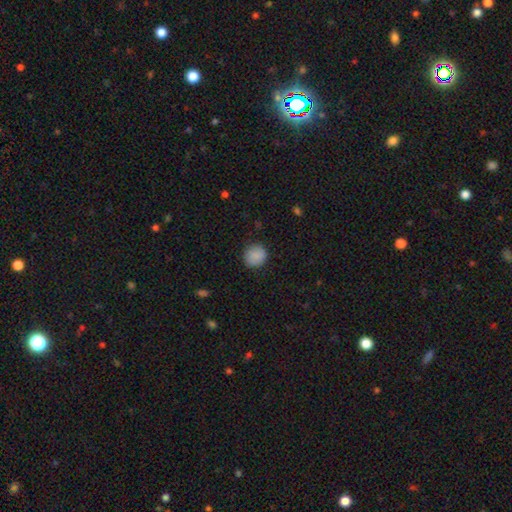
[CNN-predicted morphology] Overall: smooth (87%). How rounded: round (89%). Merging: none (87%).